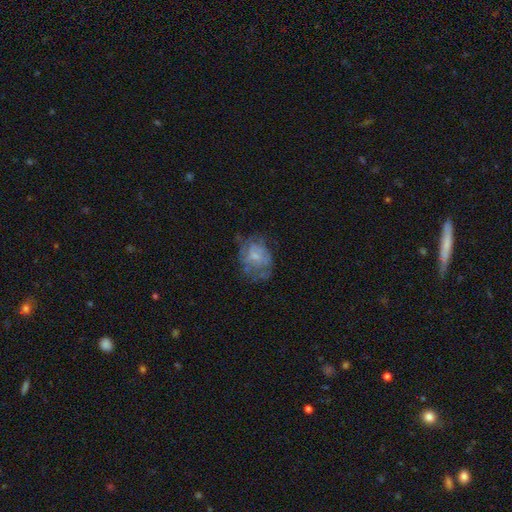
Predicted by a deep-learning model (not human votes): This is possibly a featured or disk galaxy (49%). Merging: possibly none (47%).